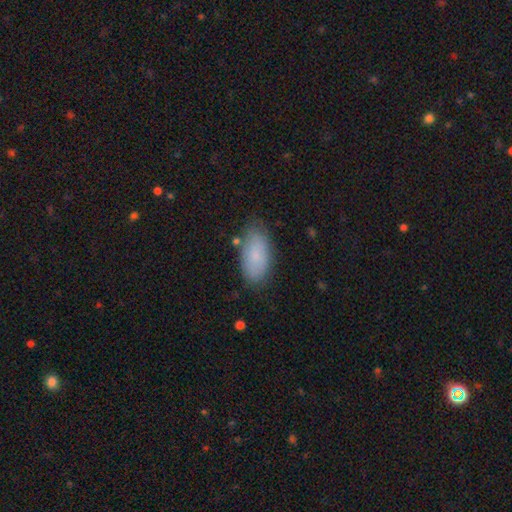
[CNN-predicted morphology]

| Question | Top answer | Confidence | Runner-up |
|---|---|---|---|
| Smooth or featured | smooth | 80% | featured or disk (13%) |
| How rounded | in between | 92% | cigar-shaped (5%) |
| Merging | none | 75% | minor disturbance (19%) |